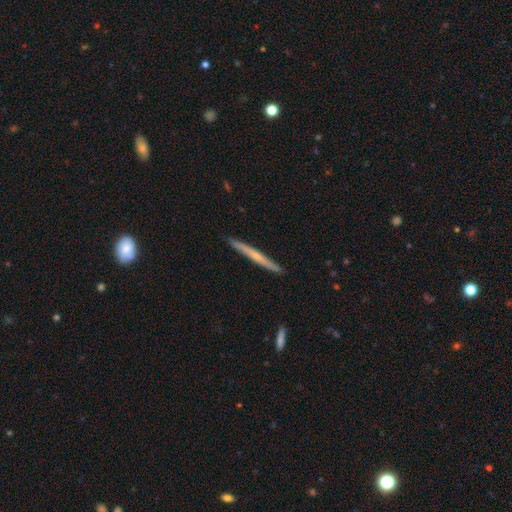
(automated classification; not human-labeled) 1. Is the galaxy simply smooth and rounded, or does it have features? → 55% featured or disk, 39% smooth, 6% star or artifact.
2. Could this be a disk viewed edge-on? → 97% yes, 3% no.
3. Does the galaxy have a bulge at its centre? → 58% none, 38% rounded, 5% boxy.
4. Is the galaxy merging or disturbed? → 91% none, 7% minor disturbance, 1% major disturbance, 1% merger.